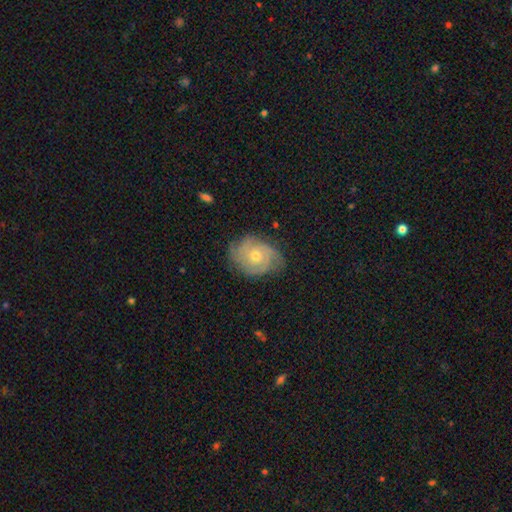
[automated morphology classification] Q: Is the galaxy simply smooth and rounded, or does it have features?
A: featured or disk — 78%.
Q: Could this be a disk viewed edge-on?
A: no — 97%.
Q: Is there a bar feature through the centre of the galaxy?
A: no — 80%.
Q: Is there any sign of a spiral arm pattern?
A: yes — 94%.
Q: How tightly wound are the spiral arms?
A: tight — 63%.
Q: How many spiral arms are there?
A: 3 — 34%.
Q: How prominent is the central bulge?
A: moderate — 53%.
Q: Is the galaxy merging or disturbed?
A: none — 73%.